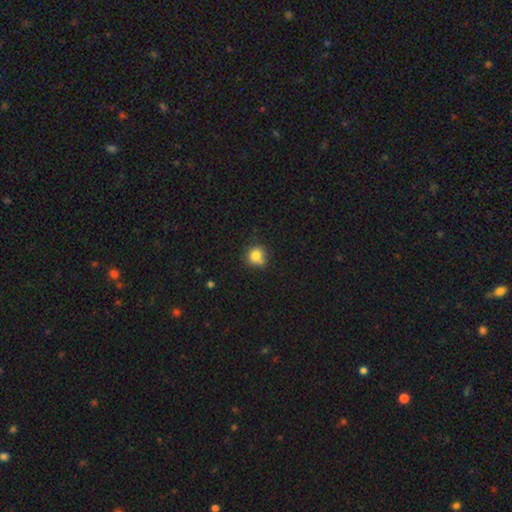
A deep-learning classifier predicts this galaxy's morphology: type=smooth (81%); roundness=round (85%); merging=none (65%).